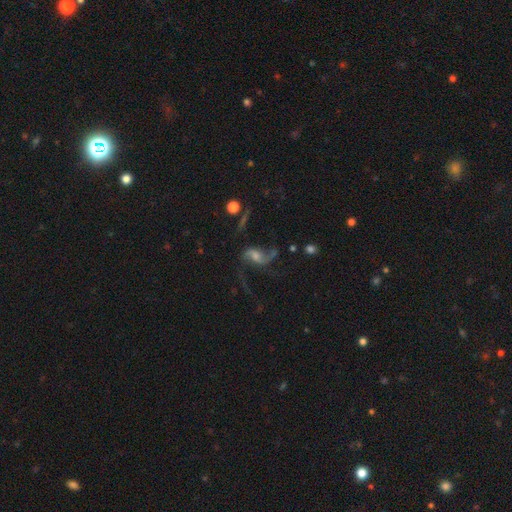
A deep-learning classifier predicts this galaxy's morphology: Smooth or featured: featured or disk — 78% (star or artifact — 11%)
Edge-on disk: no — 96% (yes — 4%)
Bar: no — 44% (weak — 42%)
Spiral arms: yes — 92% (no — 8%)
Spiral winding: loose — 77% (medium — 19%)
Spiral arm count: 2 — 84% (1 — 5%)
Bulge size: moderate — 44% (small — 36%)
Merging: none — 53% (major disturbance — 25%)